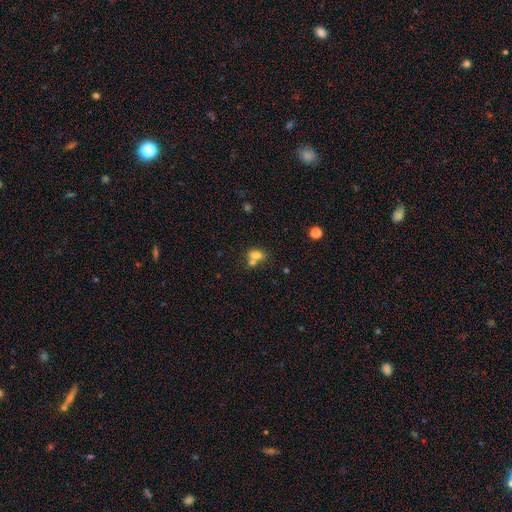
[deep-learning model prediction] smooth_or_featured: smooth (p=0.76) [alt: star or artifact p=0.12]
how_rounded: in between (p=0.71) [alt: round p=0.27]
merging: merger (p=0.45) [alt: none p=0.40]